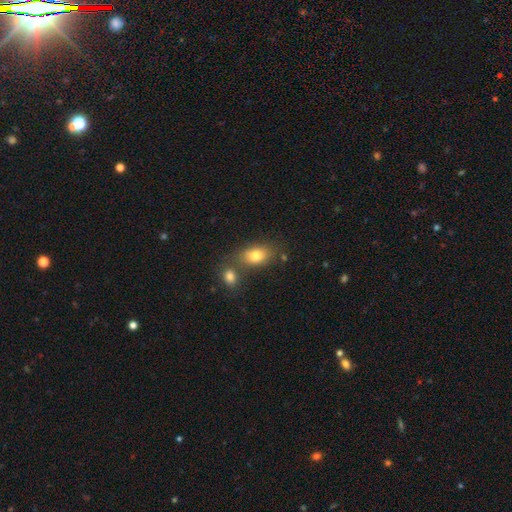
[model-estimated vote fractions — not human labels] Smooth or featured? Predicted: smooth (p=0.78). How rounded? Predicted: in between (p=0.80). Merging? Predicted: none (p=0.57).